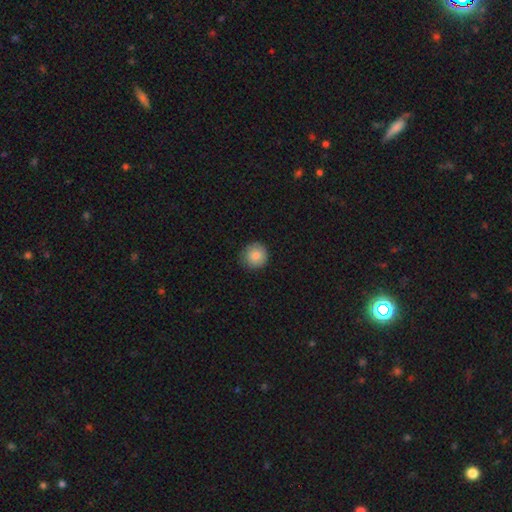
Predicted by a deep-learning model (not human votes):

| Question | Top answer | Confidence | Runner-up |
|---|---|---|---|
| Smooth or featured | smooth | 82% | featured or disk (10%) |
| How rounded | round | 94% | in between (5%) |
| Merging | none | 86% | minor disturbance (11%) |